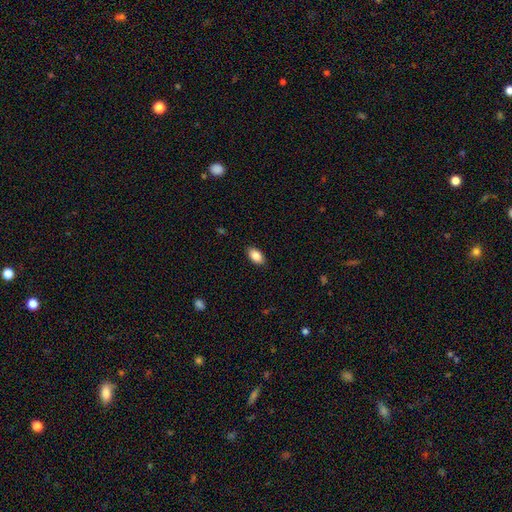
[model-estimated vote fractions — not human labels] smooth_or_featured: smooth (p=0.87) [alt: star or artifact p=0.07]
how_rounded: in between (p=0.93) [alt: round p=0.04]
merging: none (p=0.88) [alt: minor disturbance p=0.09]